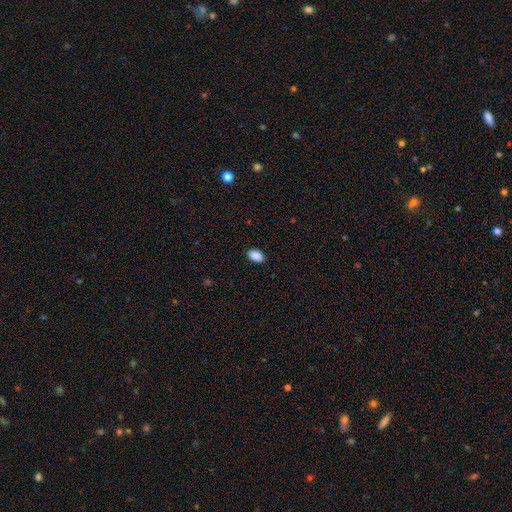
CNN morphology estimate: smooth_or_featured: smooth (p=0.90) [alt: star or artifact p=0.08]
how_rounded: in between (p=0.91) [alt: round p=0.08]
merging: none (p=0.89) [alt: minor disturbance p=0.08]